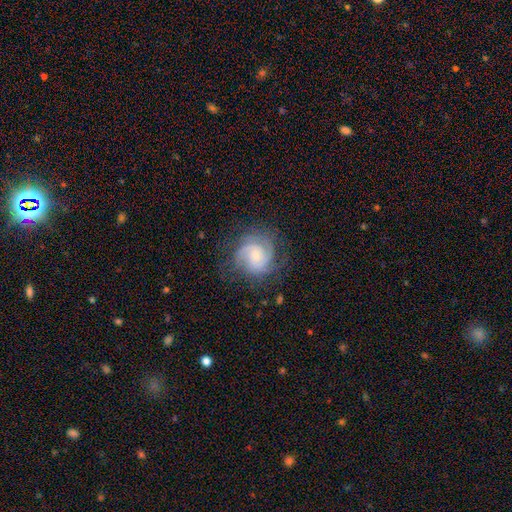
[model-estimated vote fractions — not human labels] Q: Smooth or featured?
A: featured or disk (76%); runner-up: smooth (17%)
Q: Edge-on disk?
A: no (98%); runner-up: yes (2%)
Q: Bar?
A: no (61%); runner-up: weak (34%)
Q: Spiral arms?
A: yes (95%); runner-up: no (5%)
Q: Spiral winding?
A: tight (53%); runner-up: medium (37%)
Q: Spiral arm count?
A: 2 (29%); runner-up: can't tell (28%)
Q: Bulge size?
A: small (64%); runner-up: moderate (29%)
Q: Merging?
A: none (70%); runner-up: minor disturbance (18%)